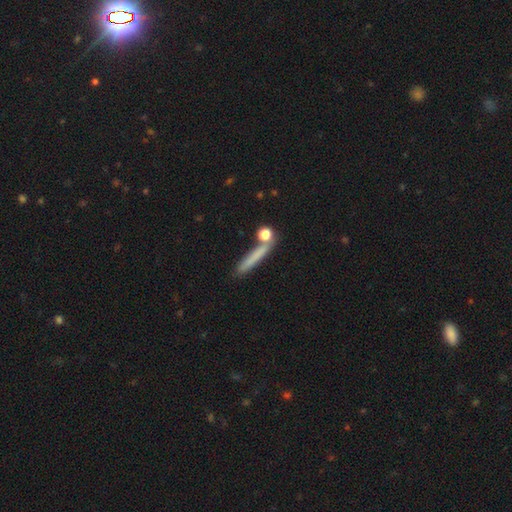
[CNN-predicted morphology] type=smooth (71%); roundness=cigar-shaped (85%); merging=none (74%).